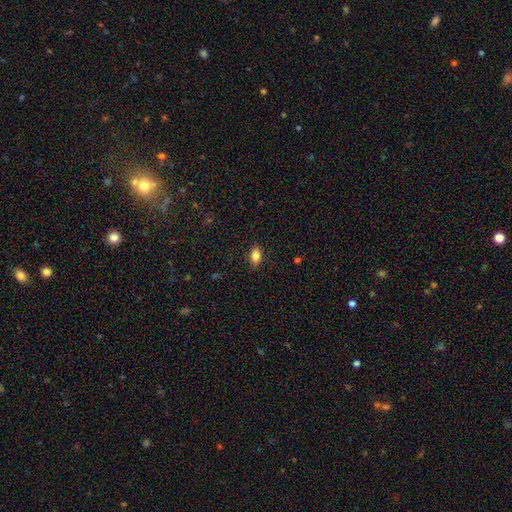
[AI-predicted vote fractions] Smooth or featured? smooth (83%)
How rounded? in between (88%)
Merging? none (86%)